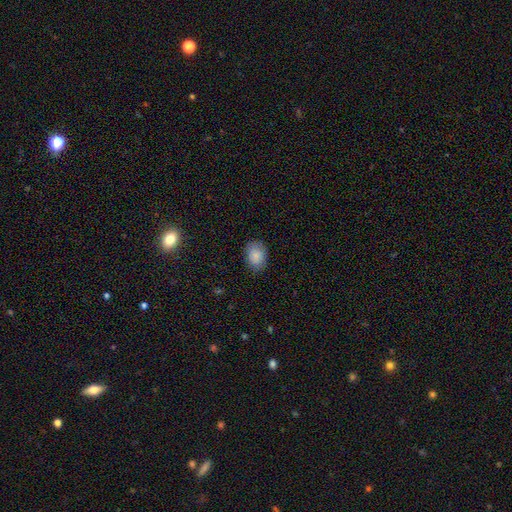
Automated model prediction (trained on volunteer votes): Smooth or featured? Predicted: smooth (p=0.87). How rounded? Predicted: in between (p=0.73). Merging? Predicted: none (p=0.80).